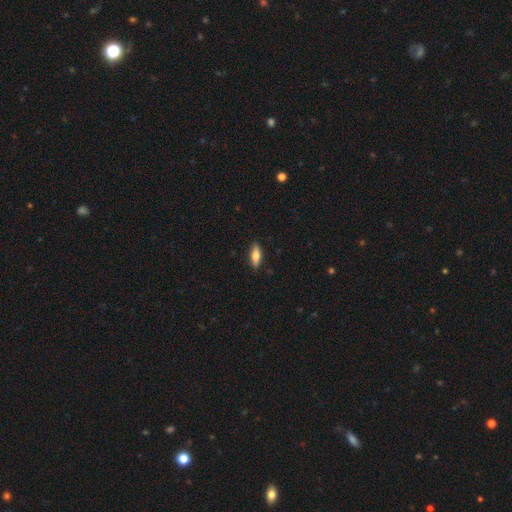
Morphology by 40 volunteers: smooth-or-featured: smooth: 62% | featured or disk: 32% | star or artifact: 5%
  how-rounded: cigar-shaped: 60% | in between: 40% | round: 0%
  merging: none: 97% | merger: 3% | minor disturbance: 0% | major disturbance: 0%